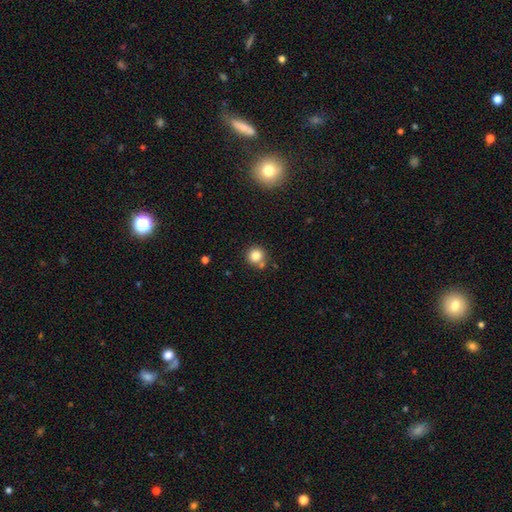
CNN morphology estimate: smooth-or-featured: smooth: 82% | star or artifact: 11% | featured or disk: 6%
  how-rounded: round: 93% | in between: 6% | cigar-shaped: 1%
  merging: none: 74% | merger: 14% | minor disturbance: 10% | major disturbance: 3%